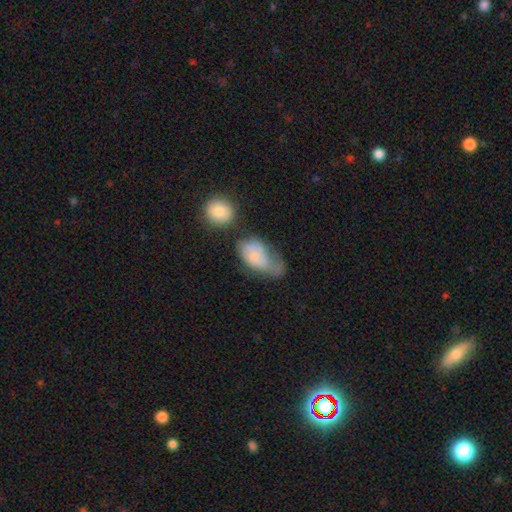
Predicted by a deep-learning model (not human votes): Smooth or featured? smooth (64%)
How rounded? in between (87%)
Merging? major disturbance (33%)